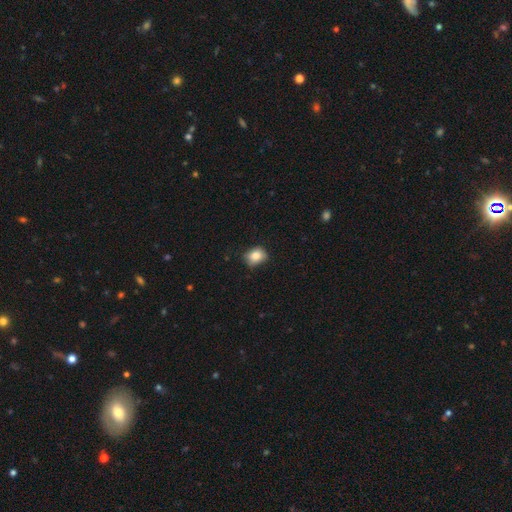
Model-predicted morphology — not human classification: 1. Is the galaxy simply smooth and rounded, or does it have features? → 82% smooth, 9% star or artifact, 9% featured or disk.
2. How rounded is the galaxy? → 50% round, 49% in between, 1% cigar-shaped.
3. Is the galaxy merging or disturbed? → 71% none, 24% minor disturbance, 4% major disturbance, 1% merger.